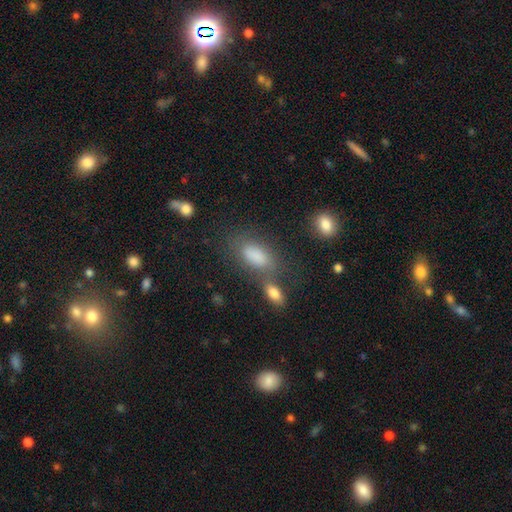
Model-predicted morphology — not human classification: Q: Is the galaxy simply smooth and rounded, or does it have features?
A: smooth — 82%.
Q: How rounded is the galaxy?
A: in between — 87%.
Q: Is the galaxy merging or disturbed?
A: none — 50%.